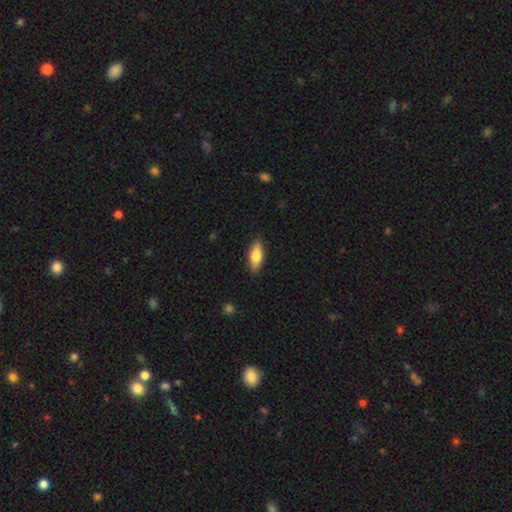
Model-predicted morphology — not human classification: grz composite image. It shows a smooth galaxy with no disk features (74%) that is in between round and cigar-shaped (78%). Merging: none (87%).